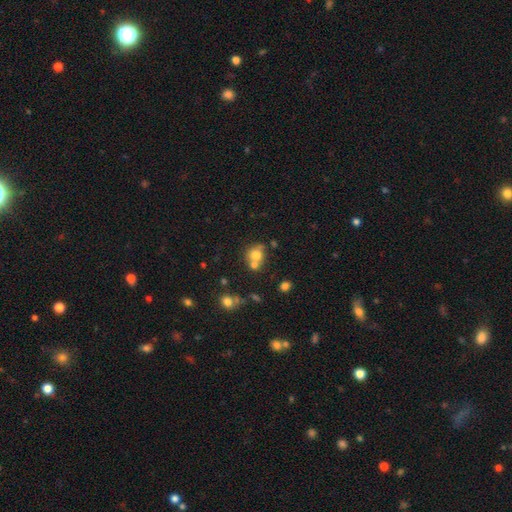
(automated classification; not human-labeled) Smooth or featured? Predicted: smooth (p=0.72). How rounded? Predicted: round (p=0.74). Merging? Predicted: merger (p=0.46).